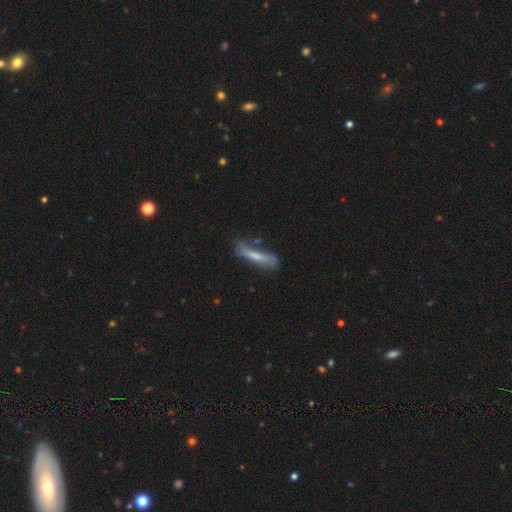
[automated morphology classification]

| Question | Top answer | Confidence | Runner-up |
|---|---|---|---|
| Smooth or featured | smooth | 53% | featured or disk (40%) |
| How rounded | cigar-shaped | 81% | in between (17%) |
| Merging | none | 52% | minor disturbance (28%) |